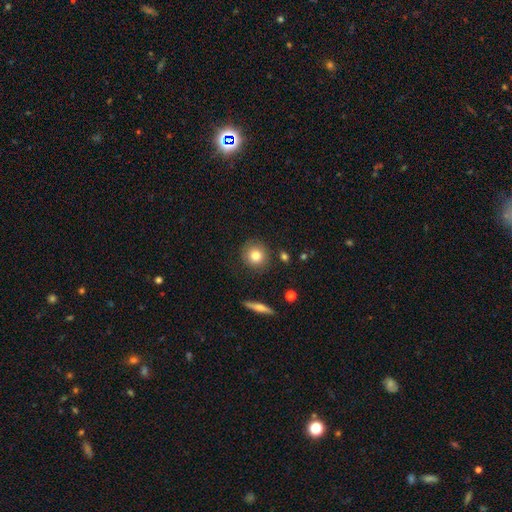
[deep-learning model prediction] This is likely a smooth galaxy (80%). How rounded: clearly round (89%). Merging: clearly none (86%).